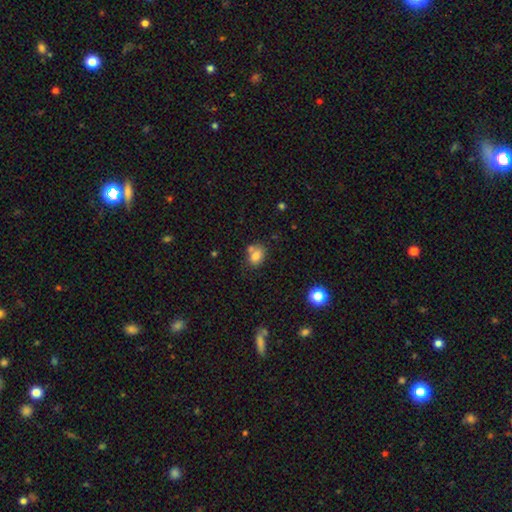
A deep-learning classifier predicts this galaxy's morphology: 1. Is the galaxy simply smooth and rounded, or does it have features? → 78% smooth, 11% featured or disk, 11% star or artifact.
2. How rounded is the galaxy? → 66% in between, 33% round, 1% cigar-shaped.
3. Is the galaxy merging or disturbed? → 52% none, 26% merger, 17% minor disturbance, 5% major disturbance.